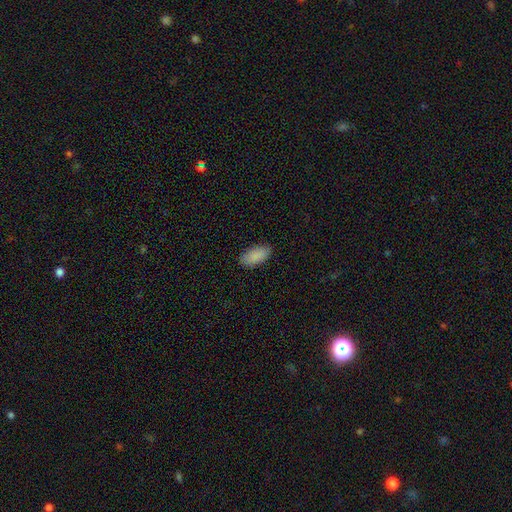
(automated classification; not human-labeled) smooth_or_featured: smooth (p=0.89) [alt: star or artifact p=0.07]
how_rounded: in between (p=0.94) [alt: cigar-shaped p=0.04]
merging: none (p=0.86) [alt: minor disturbance p=0.11]